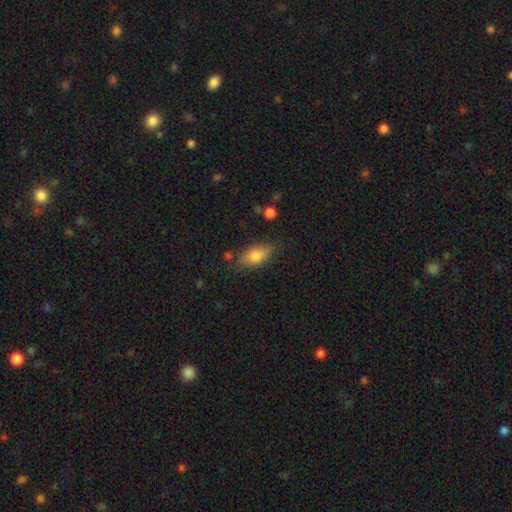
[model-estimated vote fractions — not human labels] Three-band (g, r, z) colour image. It shows a smooth galaxy with no disk features (79%) that is in between round and cigar-shaped (86%). Merging: none (74%).